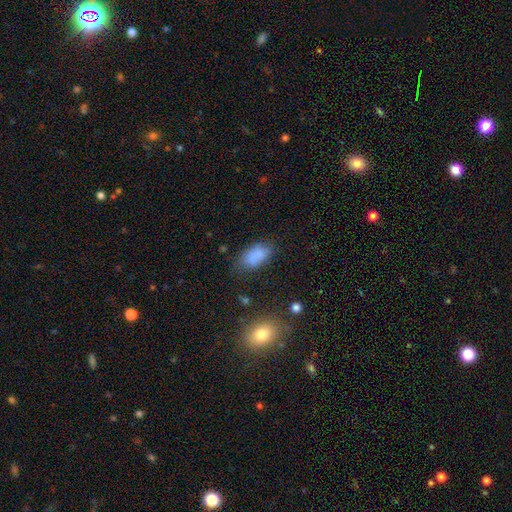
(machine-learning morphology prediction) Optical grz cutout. It shows a smooth galaxy with no disk features (83%) that is in between round and cigar-shaped (91%). Merging: none (68%).